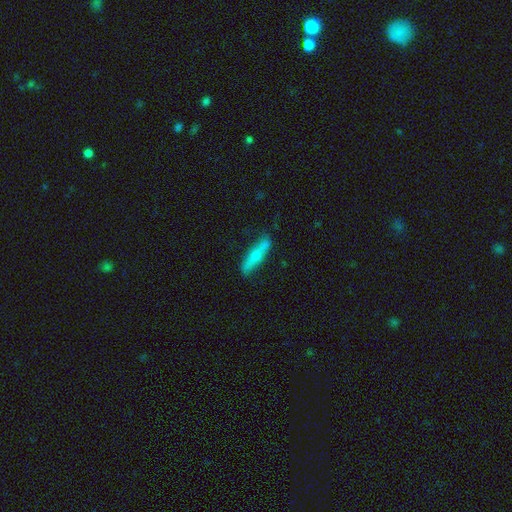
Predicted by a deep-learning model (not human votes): The model was most divided on "smooth or featured": featured or disk: 51%, smooth: 42%, star or artifact: 6%. More confident: edge-on disk — yes (87%); merging — none (82%).